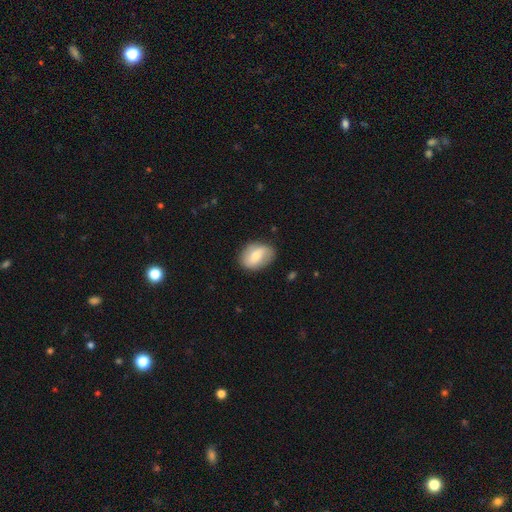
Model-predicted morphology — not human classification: smooth_or_featured: smooth (p=0.56) [alt: featured or disk p=0.37]
how_rounded: in between (p=0.77) [alt: round p=0.21]
merging: none (p=0.80) [alt: minor disturbance p=0.15]